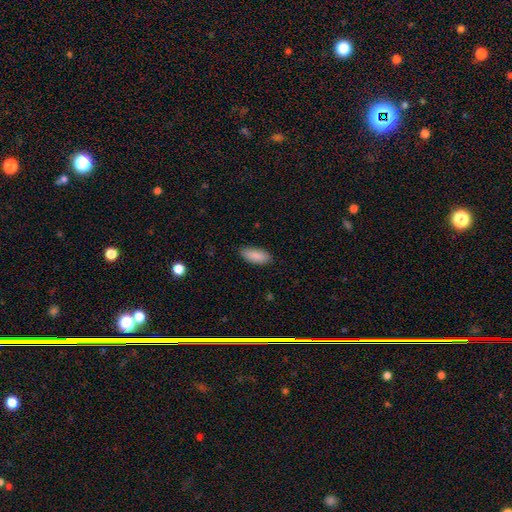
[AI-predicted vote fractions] Morphology: type=smooth (89%); roundness=in between (87%); merging=none (87%).